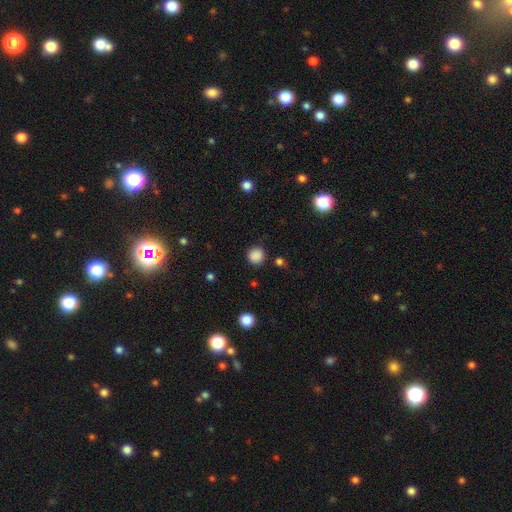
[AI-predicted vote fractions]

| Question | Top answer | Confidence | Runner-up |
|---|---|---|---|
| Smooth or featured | smooth | 86% | star or artifact (11%) |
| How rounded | round | 93% | in between (7%) |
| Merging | none | 88% | minor disturbance (8%) |